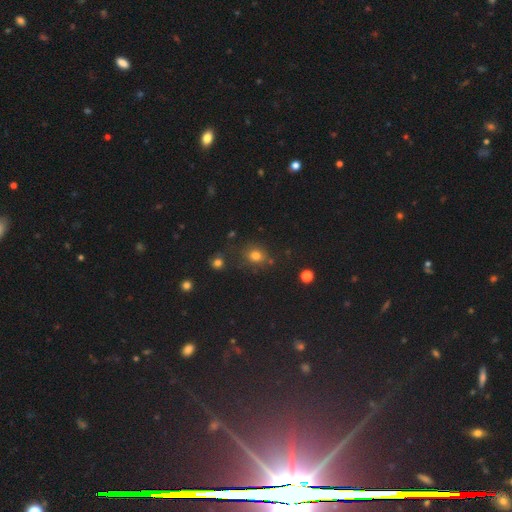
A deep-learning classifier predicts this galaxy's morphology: smooth_or_featured: smooth (p=0.75) [alt: star or artifact p=0.17]
how_rounded: round (p=0.69) [alt: in between p=0.29]
merging: none (p=0.73) [alt: minor disturbance p=0.14]